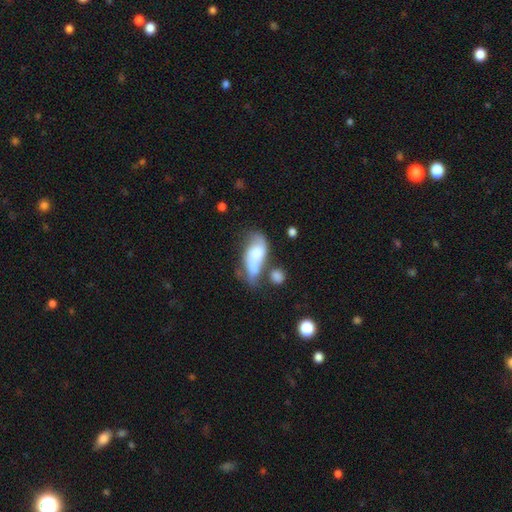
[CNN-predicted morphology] Smooth or featured: smooth — 52% (featured or disk — 41%)
How rounded: in between — 84% (cigar-shaped — 12%)
Merging: none — 29% (merger — 26%)